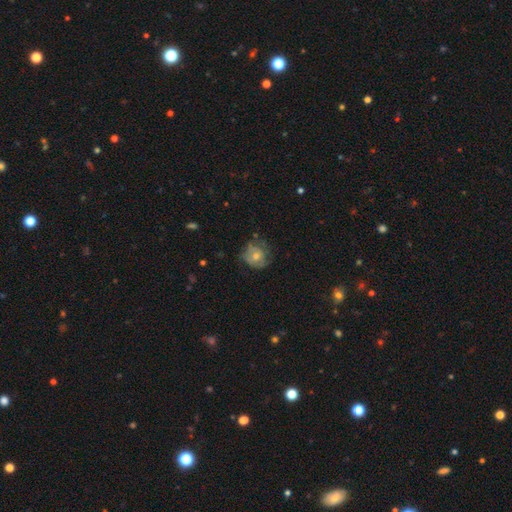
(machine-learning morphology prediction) This appears to be a smooth galaxy with no disk features (52%) that is round (80%). Merging: none (57%).